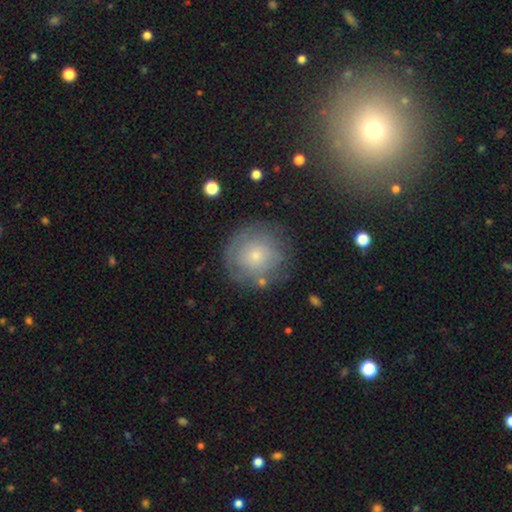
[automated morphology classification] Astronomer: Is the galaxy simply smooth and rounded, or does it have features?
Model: smooth — 53% (runner-up: featured or disk, 38%).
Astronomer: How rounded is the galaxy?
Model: round — 91%.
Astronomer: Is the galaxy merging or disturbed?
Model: none — 74%.